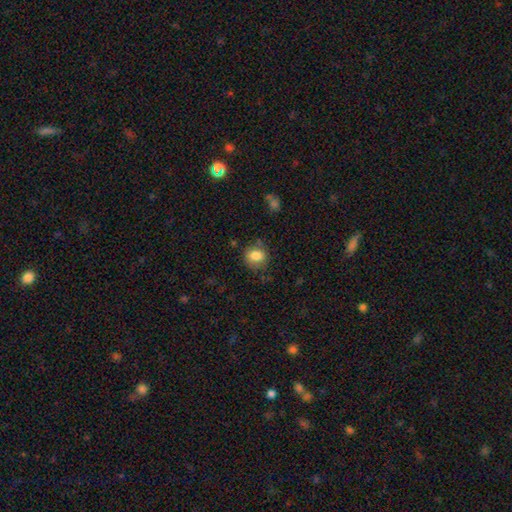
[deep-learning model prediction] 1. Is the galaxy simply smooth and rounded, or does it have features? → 83% smooth, 9% star or artifact, 8% featured or disk.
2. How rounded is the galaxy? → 69% round, 30% in between, 1% cigar-shaped.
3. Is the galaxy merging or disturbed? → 76% none, 17% minor disturbance, 5% major disturbance, 3% merger.